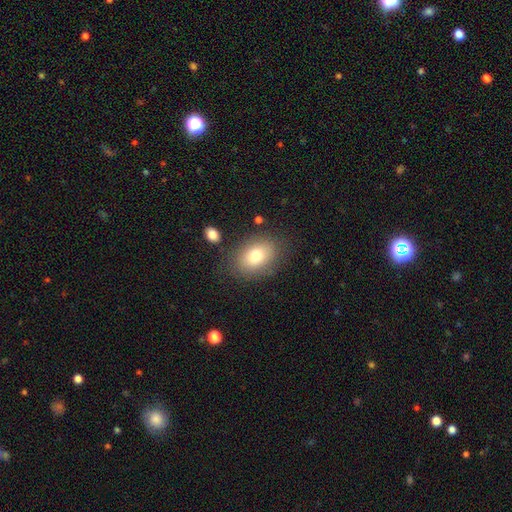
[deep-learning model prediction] Smooth or featured?
  - smooth: 77% *
  - featured or disk: 13%
  - star or artifact: 9%
How rounded?
  - in between: 77% *
  - round: 22%
  - cigar-shaped: 1%
Merging?
  - none: 78% *
  - minor disturbance: 13%
  - major disturbance: 5%
  - merger: 3%